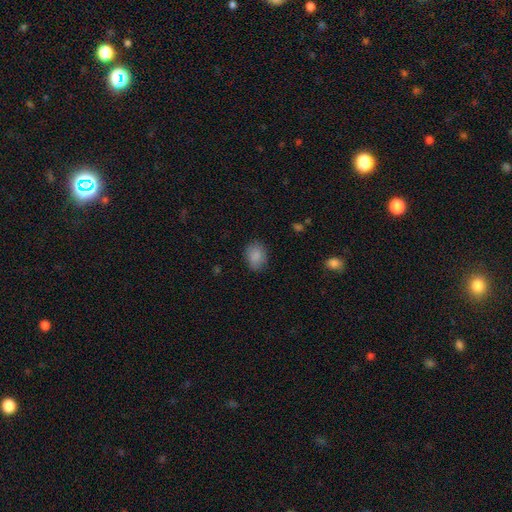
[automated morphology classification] Smooth or featured: smooth — 86% (star or artifact — 8%)
How rounded: in between — 65% (round — 34%)
Merging: none — 81% (minor disturbance — 15%)